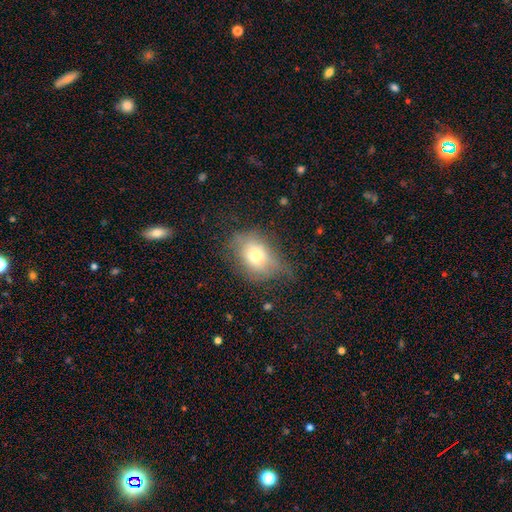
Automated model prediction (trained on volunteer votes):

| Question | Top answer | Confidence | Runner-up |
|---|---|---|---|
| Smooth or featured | smooth | 65% | featured or disk (24%) |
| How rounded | in between | 66% | round (32%) |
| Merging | none | 50% | minor disturbance (31%) |